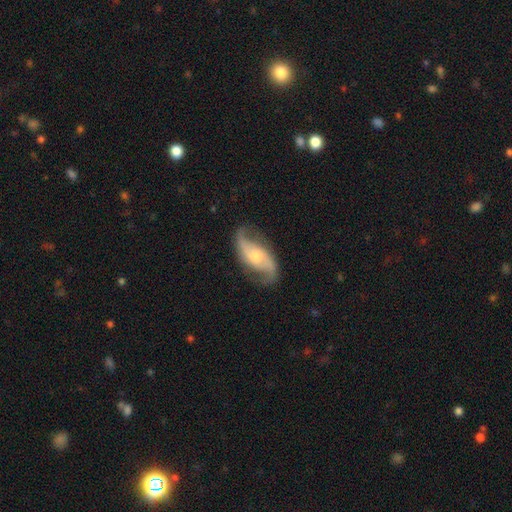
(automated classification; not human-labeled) Smooth or featured: featured or disk — 87% (smooth — 8%)
Edge-on disk: no — 95% (yes — 5%)
Bar: no — 52% (weak — 35%)
Spiral arms: yes — 96% (no — 4%)
Spiral winding: loose — 60% (medium — 32%)
Spiral arm count: 2 — 93% (can't tell — 2%)
Bulge size: moderate — 47% (small — 44%)
Merging: none — 78% (minor disturbance — 14%)